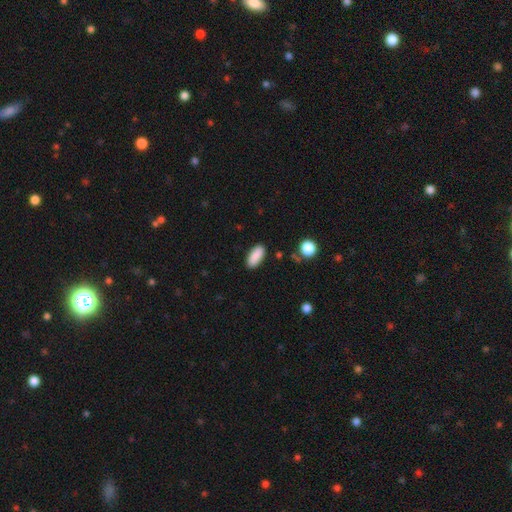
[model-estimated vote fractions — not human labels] This is clearly a smooth galaxy (88%). How rounded: clearly in between (84%). Merging: clearly none (87%).